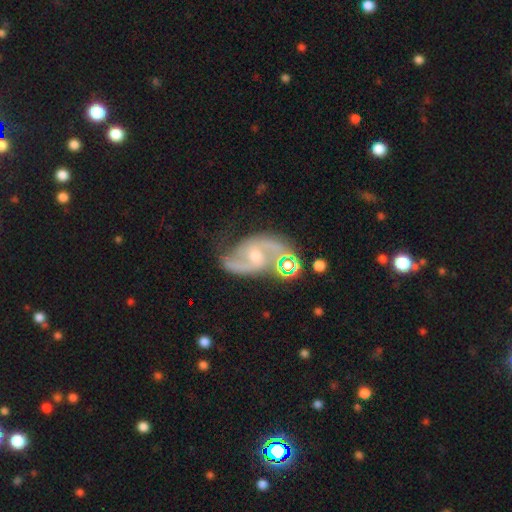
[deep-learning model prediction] Overall: featured or disk (89%). Edge-on disk: no (97%). Bar: no (44%, tied with weak). Spiral arms: yes (97%). Spiral arm count: 2 (92%). Spiral winding: medium (52%; loose 36%). Bulge size: small (50%; moderate 41%). Merging: none (65%).